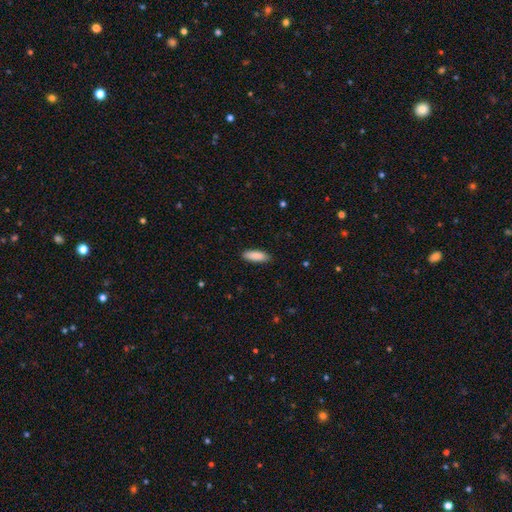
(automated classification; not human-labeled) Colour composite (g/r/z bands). It shows a smooth galaxy with no disk features (89%) that is in between round and cigar-shaped (59%). Merging: none (88%).